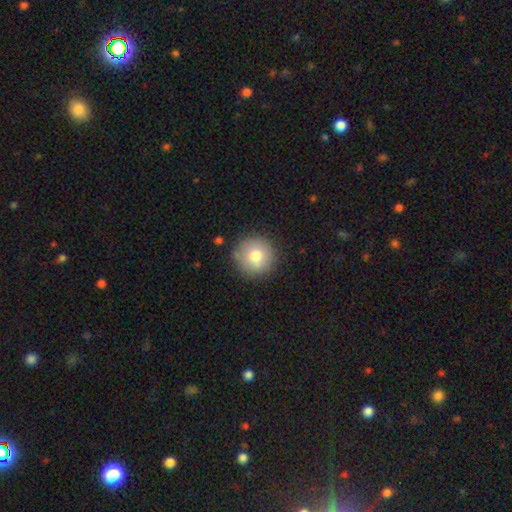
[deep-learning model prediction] The model was most divided on "smooth or featured": smooth: 77%, featured or disk: 14%, star or artifact: 9%. More confident: how rounded — round (95%); merging — none (86%).